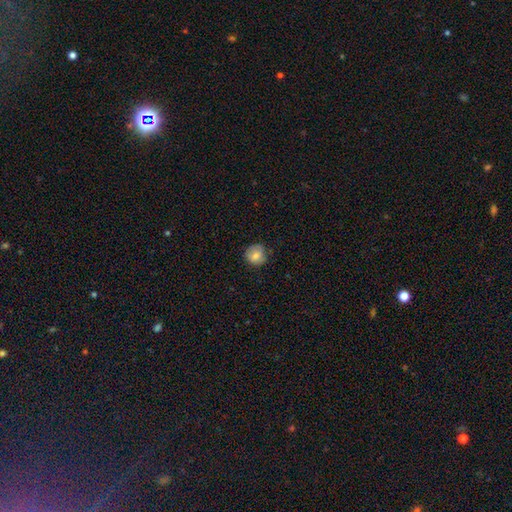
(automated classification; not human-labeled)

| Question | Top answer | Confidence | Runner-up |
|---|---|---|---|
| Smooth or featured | smooth | 77% | featured or disk (14%) |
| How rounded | round | 87% | in between (12%) |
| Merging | none | 72% | minor disturbance (22%) |